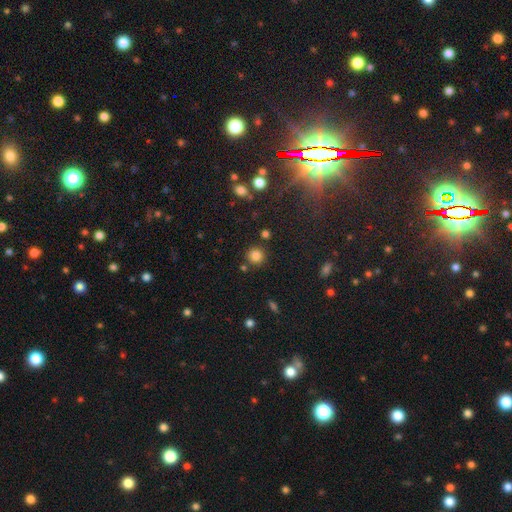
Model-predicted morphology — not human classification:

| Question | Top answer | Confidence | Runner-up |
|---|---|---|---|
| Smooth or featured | smooth | 82% | star or artifact (13%) |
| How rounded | round | 93% | in between (6%) |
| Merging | none | 84% | minor disturbance (7%) |